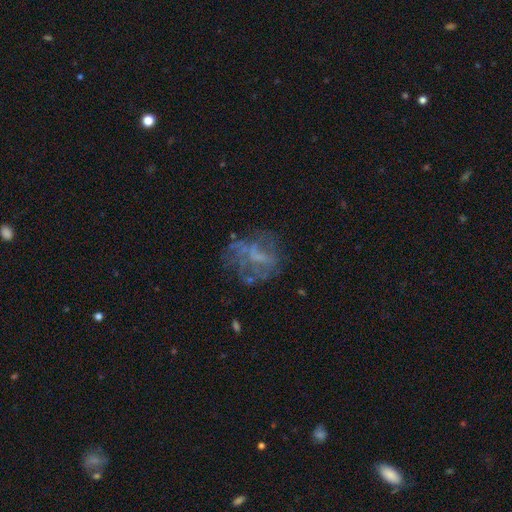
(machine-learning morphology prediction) The model was most divided on "merging": none: 54%, major disturbance: 25%, minor disturbance: 17%, merger: 4%. More confident: edge-on disk — no (97%); spiral arms — no (73%); bar — no (69%); bulge size — none (63%); smooth or featured — featured or disk (57%).